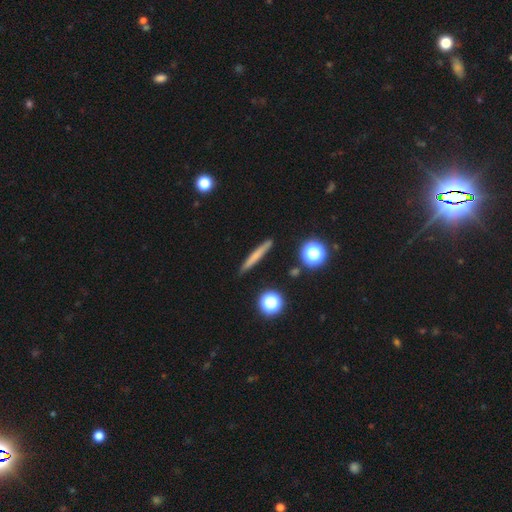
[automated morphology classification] This appears to be a smooth galaxy with no disk features (60%) that is cigar-shaped (93%). Merging: none (90%).